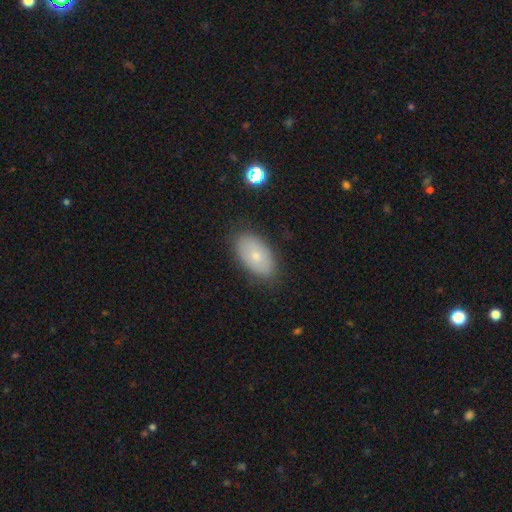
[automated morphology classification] Overall: smooth (71%). How rounded: in between (93%). Merging: none (82%).